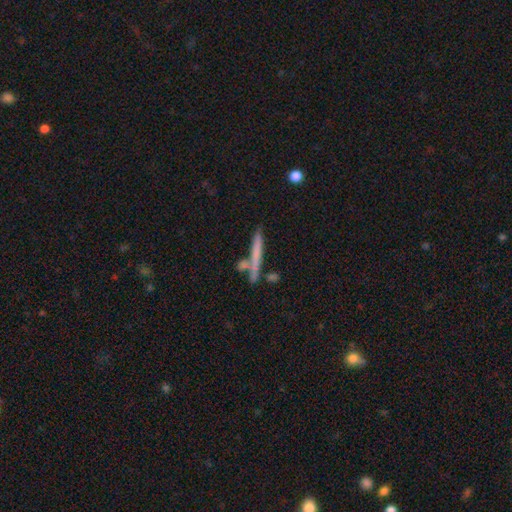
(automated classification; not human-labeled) Smooth or featured? smooth (57%)
How rounded? cigar-shaped (94%)
Merging? none (69%)